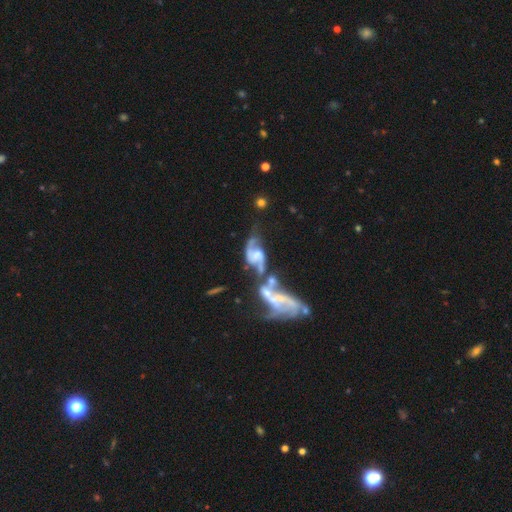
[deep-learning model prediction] Q: Smooth or featured?
A: featured or disk (82%); runner-up: smooth (10%)
Q: Edge-on disk?
A: no (96%); runner-up: yes (4%)
Q: Bar?
A: no (51%); runner-up: weak (36%)
Q: Spiral arms?
A: yes (89%); runner-up: no (11%)
Q: Spiral winding?
A: loose (57%); runner-up: medium (33%)
Q: Spiral arm count?
A: 2 (85%); runner-up: can't tell (6%)
Q: Bulge size?
A: none (31%); tied with: small (31%)
Q: Merging?
A: merger (52%); runner-up: none (22%)